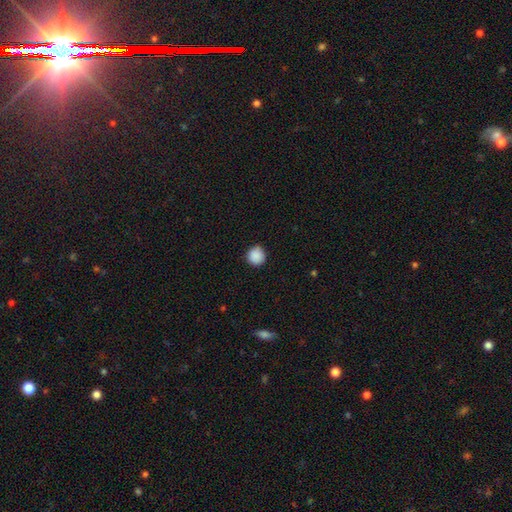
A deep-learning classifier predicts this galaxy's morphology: smooth 89%, star or artifact 9%, featured or disk 3%. Down the decision tree: how rounded — round (93%); merging — none (87%).